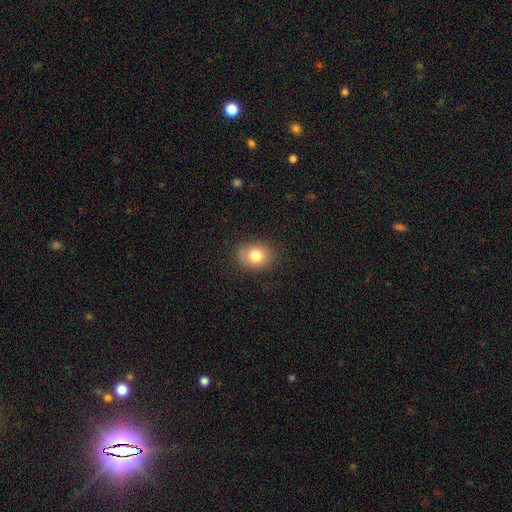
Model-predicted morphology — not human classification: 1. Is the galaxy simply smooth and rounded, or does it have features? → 78% smooth, 12% featured or disk, 10% star or artifact.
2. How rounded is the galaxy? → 50% in between, 49% round, 1% cigar-shaped.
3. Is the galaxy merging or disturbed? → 80% none, 15% minor disturbance, 4% major disturbance, 1% merger.